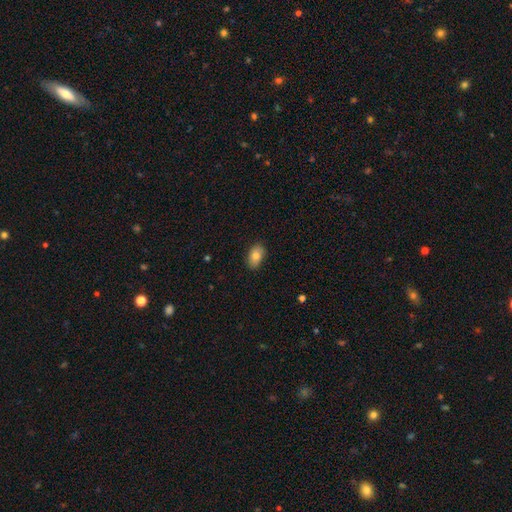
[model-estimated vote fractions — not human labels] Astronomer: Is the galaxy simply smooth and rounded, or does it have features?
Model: smooth — 81%.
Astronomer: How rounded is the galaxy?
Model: in between — 90%.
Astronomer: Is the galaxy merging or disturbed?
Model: none — 83%.